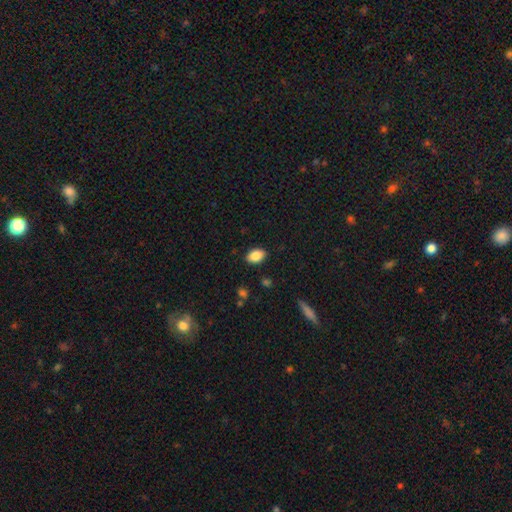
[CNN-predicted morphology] The model was most divided on "how rounded": in between: 86%, round: 12%, cigar-shaped: 1%. More confident: merging — none (88%); smooth or featured — smooth (86%).